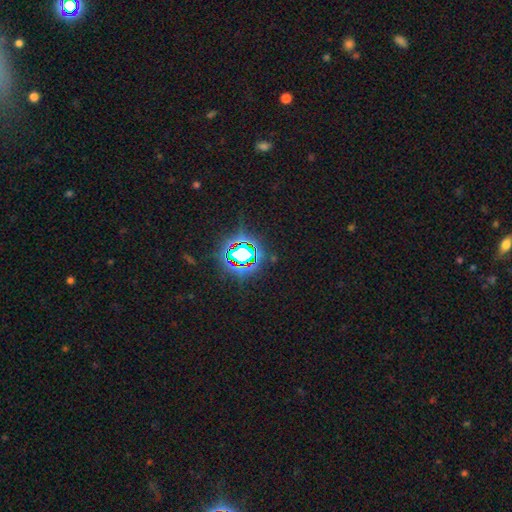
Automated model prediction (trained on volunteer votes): The model was most divided on "smooth or featured": star or artifact: 82%, smooth: 12%, featured or disk: 6%.